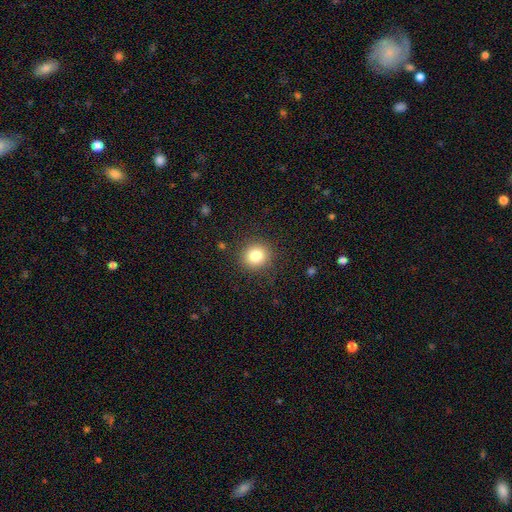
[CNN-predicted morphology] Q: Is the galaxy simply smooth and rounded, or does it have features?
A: smooth — 81%.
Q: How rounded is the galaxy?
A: round — 91%.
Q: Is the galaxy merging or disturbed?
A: none — 89%.